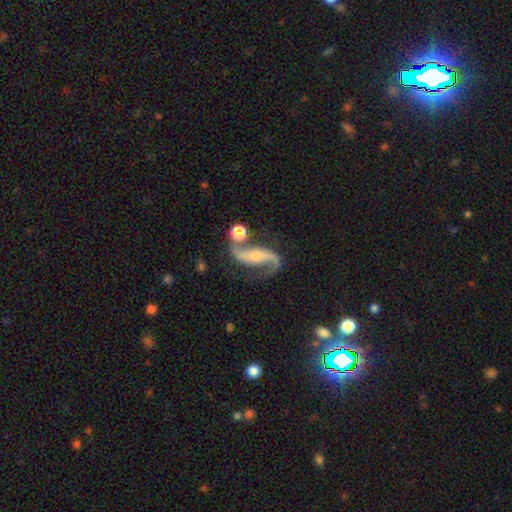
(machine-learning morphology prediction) A featured or disk galaxy (89%) with a strong bar (36%), 2 (92%) loose (64%) spiral arms (97%) and a small central bulge (45%).

Vote fractions:
- Smooth or featured? featured or disk: 89% / smooth: 6% / star or artifact: 5%
- Edge-on disk? no: 96% / yes: 4%
- Bar? strong: 36% / no: 33% / weak: 31%
- Spiral arms? yes: 97% / no: 3%
- Spiral winding? loose: 64% / medium: 30% / tight: 6%
- Spiral arm count? 2: 92% / 1: 3% / can't tell: 2% / 3: 1% / 4: 1% / more than 4: 1%
- Bulge size? small: 45% / moderate: 39% / none: 9% / large: 6% / dominant: 2%
- Merging? none: 65% / minor disturbance: 14% / merger: 12% / major disturbance: 9%